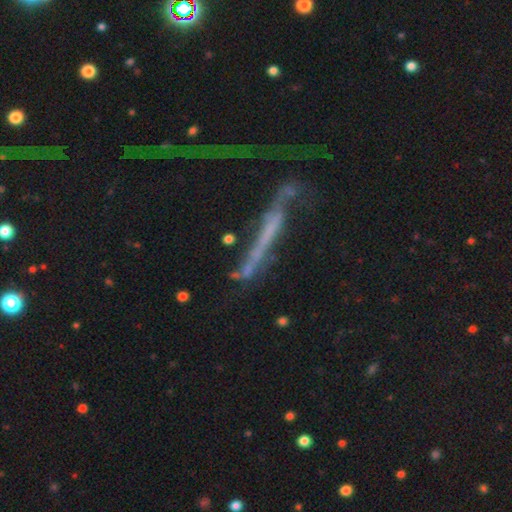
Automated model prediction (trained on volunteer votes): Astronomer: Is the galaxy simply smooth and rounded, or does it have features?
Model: featured or disk — 54% (runner-up: smooth, 33%).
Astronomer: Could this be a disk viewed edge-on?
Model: yes — 73%.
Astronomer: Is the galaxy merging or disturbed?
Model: none — 40% (runner-up: major disturbance, 23%).